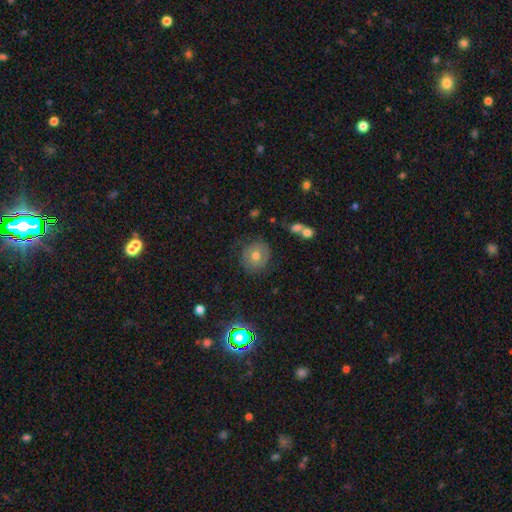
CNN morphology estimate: This appears to be a smooth galaxy with no disk features (48%). Merging: none (80%).